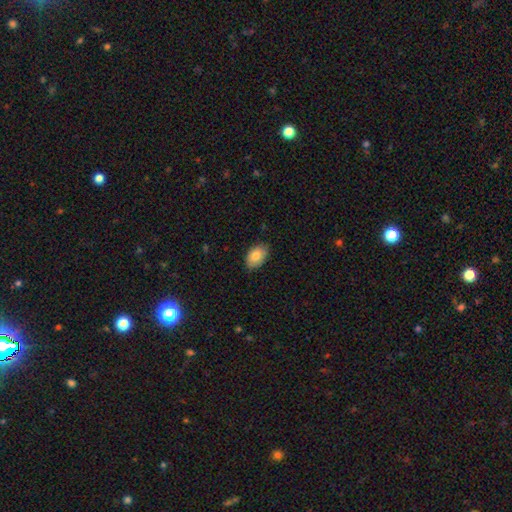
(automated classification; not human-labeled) This appears to be a smooth galaxy with no disk features (83%) that is in between round and cigar-shaped (91%). Merging: none (82%).